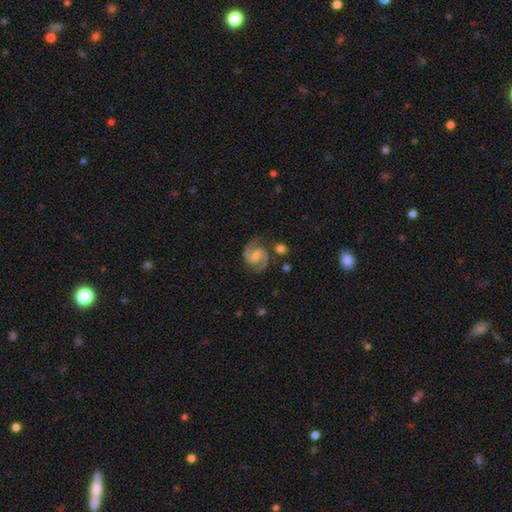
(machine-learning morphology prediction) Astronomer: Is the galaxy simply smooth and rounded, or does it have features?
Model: featured or disk — 91%.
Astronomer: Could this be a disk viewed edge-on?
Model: no — 98%.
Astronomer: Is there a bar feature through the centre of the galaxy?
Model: weak — 48% (runner-up: no, 33%).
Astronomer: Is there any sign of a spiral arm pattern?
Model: yes — 98%.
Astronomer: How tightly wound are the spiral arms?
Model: medium — 61%.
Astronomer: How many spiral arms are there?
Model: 2 — 93%.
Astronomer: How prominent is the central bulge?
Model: small — 48% (runner-up: moderate, 36%).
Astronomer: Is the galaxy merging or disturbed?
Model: none — 79%.